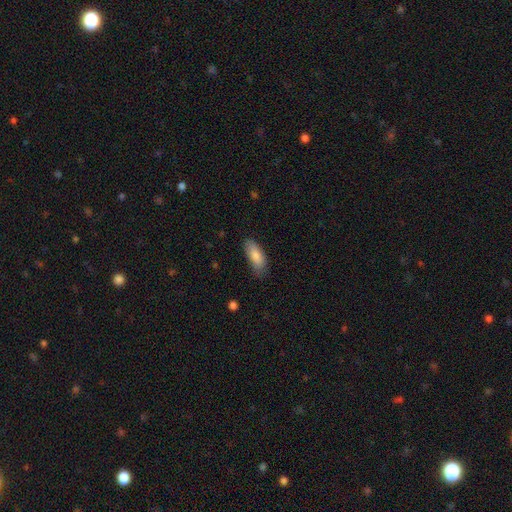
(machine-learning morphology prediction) Smooth or featured?
  - smooth: 84% *
  - featured or disk: 10%
  - star or artifact: 6%
How rounded?
  - in between: 77% *
  - cigar-shaped: 21%
  - round: 2%
Merging?
  - none: 74% *
  - minor disturbance: 20%
  - major disturbance: 4%
  - merger: 1%